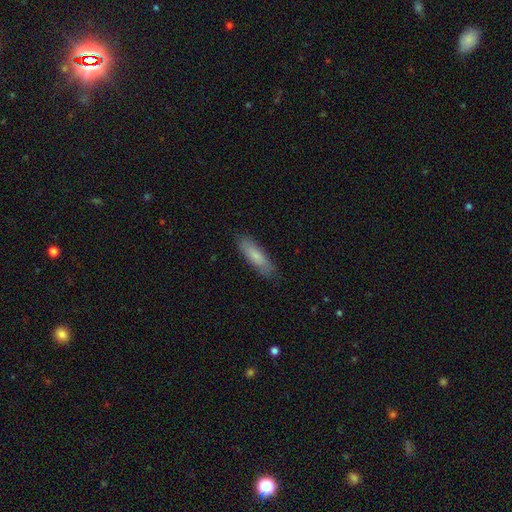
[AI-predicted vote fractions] Morphology: type=smooth (79%); roundness=cigar-shaped (58%); merging=none (82%).